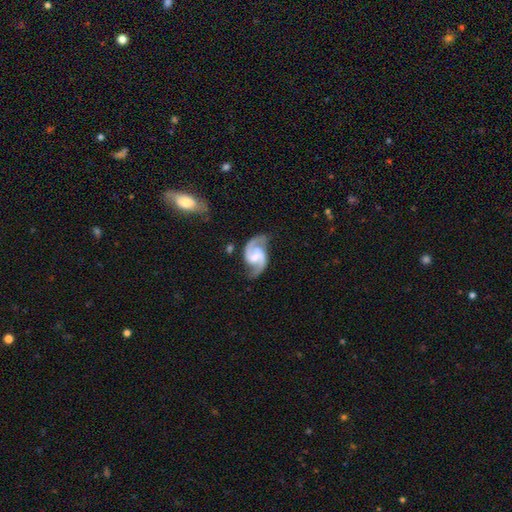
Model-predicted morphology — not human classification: Smooth or featured?
  - featured or disk: 93% *
  - star or artifact: 4%
  - smooth: 3%
Edge-on disk?
  - no: 98% *
  - yes: 2%
Bar?
  - weak: 50% *
  - no: 29%
  - strong: 21%
Spiral arms?
  - yes: 98% *
  - no: 2%
Spiral winding?
  - medium: 60% *
  - loose: 25%
  - tight: 15%
Spiral arm count?
  - 2: 94% *
  - can't tell: 1%
  - 1: 1%
  - 3: 1%
  - 4: 1%
  - more than 4: 1%
Bulge size?
  - small: 36% *
  - none: 30%
  - moderate: 27%
  - large: 5%
  - dominant: 1%
Merging?
  - none: 77% *
  - minor disturbance: 15%
  - major disturbance: 5%
  - merger: 2%